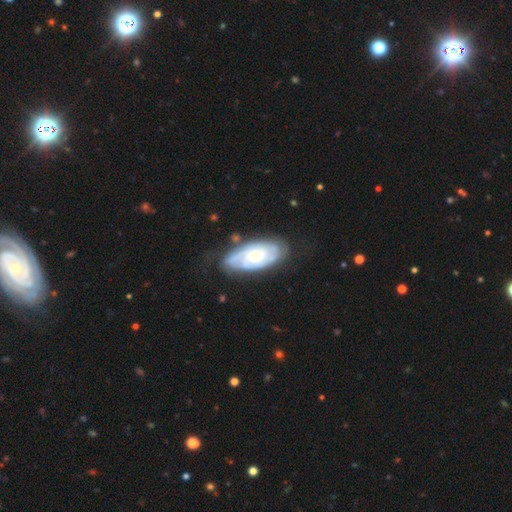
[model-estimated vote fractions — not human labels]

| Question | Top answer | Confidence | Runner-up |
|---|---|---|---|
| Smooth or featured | featured or disk | 71% | smooth (24%) |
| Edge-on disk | no | 92% | yes (8%) |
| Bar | no | 81% | weak (16%) |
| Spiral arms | yes | 83% | no (17%) |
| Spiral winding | tight | 73% | medium (21%) |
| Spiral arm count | can't tell | 53% | 2 (24%) |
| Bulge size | small | 52% | moderate (44%) |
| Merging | none | 70% | minor disturbance (21%) |